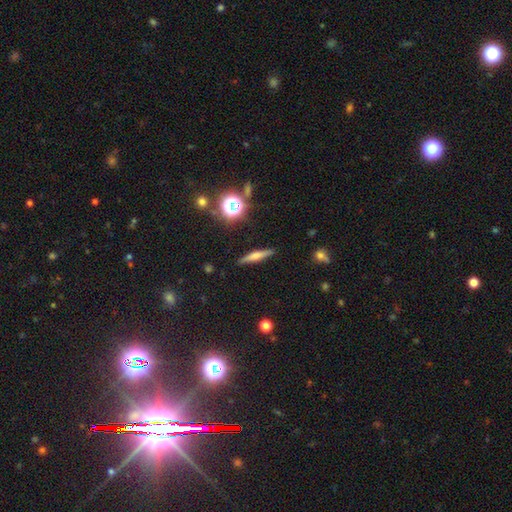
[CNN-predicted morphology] smooth-or-featured: featured or disk: 48% | smooth: 41% | star or artifact: 11%
  merging: none: 89% | minor disturbance: 8% | major disturbance: 2% | merger: 2%